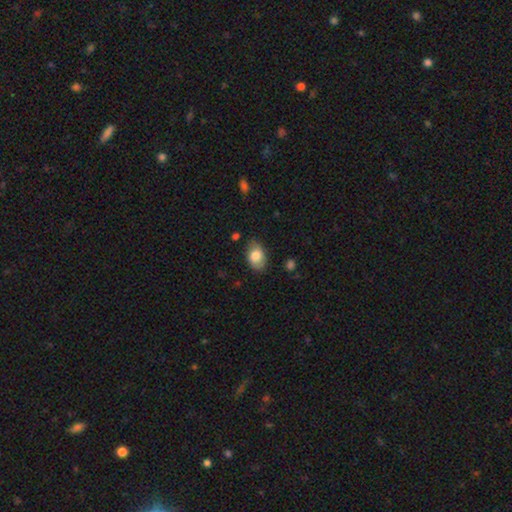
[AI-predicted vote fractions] This is clearly a smooth galaxy (81%). How rounded: clearly in between (87%). Merging: likely none (77%).